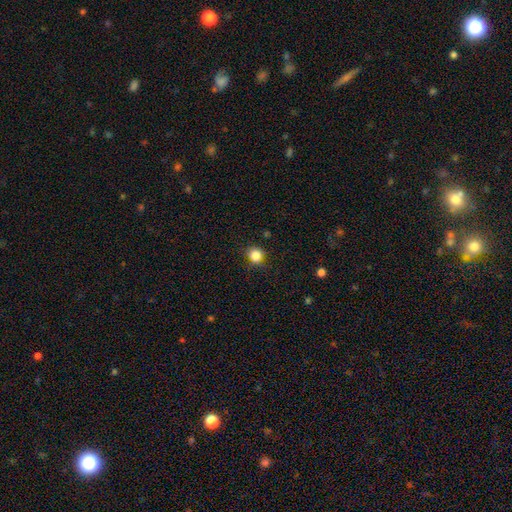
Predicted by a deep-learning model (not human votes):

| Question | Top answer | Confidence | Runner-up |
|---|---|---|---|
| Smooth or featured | smooth | 84% | star or artifact (12%) |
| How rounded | round | 88% | in between (11%) |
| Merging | none | 82% | minor disturbance (13%) |